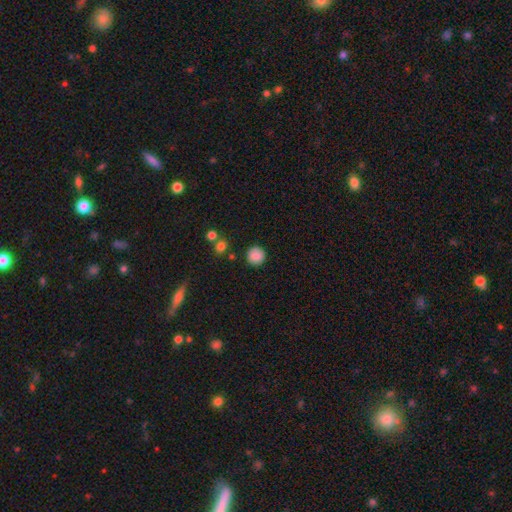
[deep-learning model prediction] Overall: smooth (86%). How rounded: round (93%). Merging: none (86%).